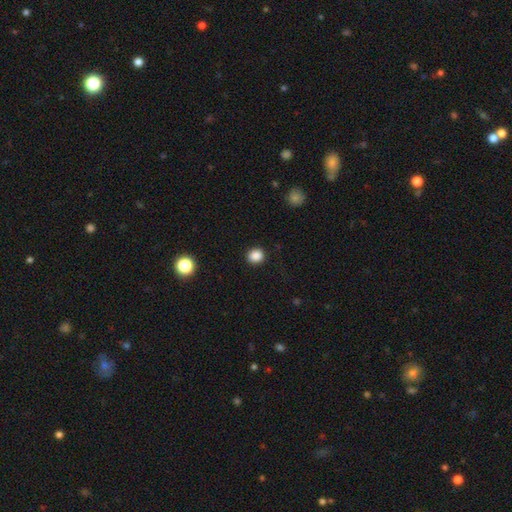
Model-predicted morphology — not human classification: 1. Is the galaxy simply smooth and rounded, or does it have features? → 87% smooth, 10% star or artifact, 3% featured or disk.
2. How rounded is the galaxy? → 83% round, 16% in between, 1% cigar-shaped.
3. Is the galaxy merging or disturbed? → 91% none, 6% minor disturbance, 2% major disturbance, 1% merger.